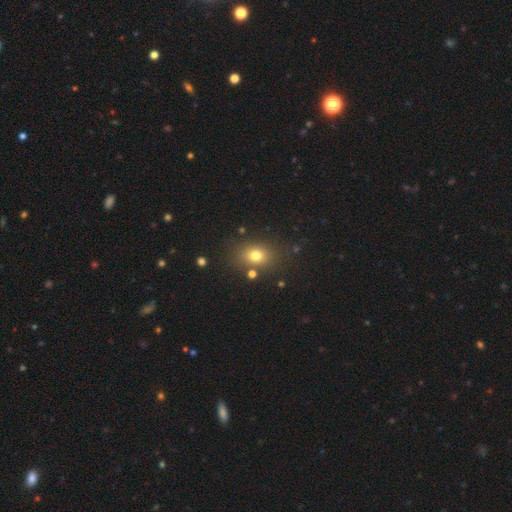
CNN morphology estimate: This appears to be a smooth galaxy with no disk features (75%) that is in between round and cigar-shaped (56%). Merging: none (80%).